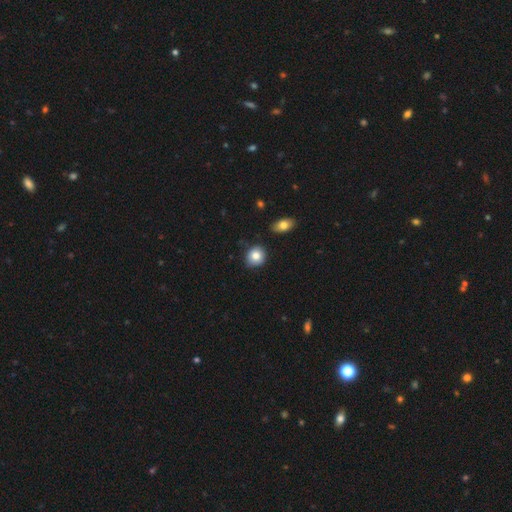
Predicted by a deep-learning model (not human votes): Smooth or featured?
  - smooth: 82% *
  - featured or disk: 9%
  - star or artifact: 8%
How rounded?
  - round: 74% *
  - in between: 25%
  - cigar-shaped: 1%
Merging?
  - none: 84% *
  - minor disturbance: 11%
  - merger: 3%
  - major disturbance: 2%